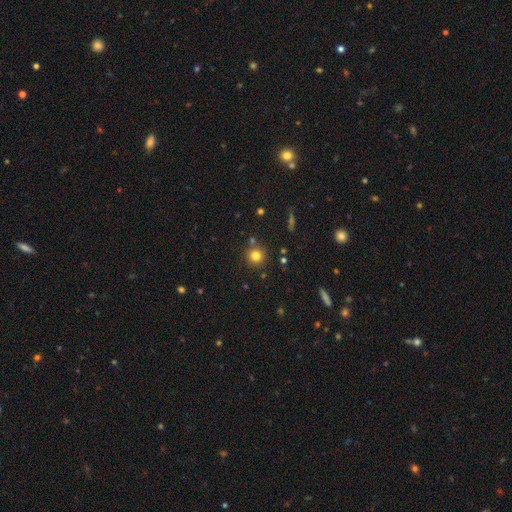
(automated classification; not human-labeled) The model was most divided on "smooth or featured": smooth: 79%, star or artifact: 14%, featured or disk: 7%. More confident: how rounded — round (93%); merging — none (83%).